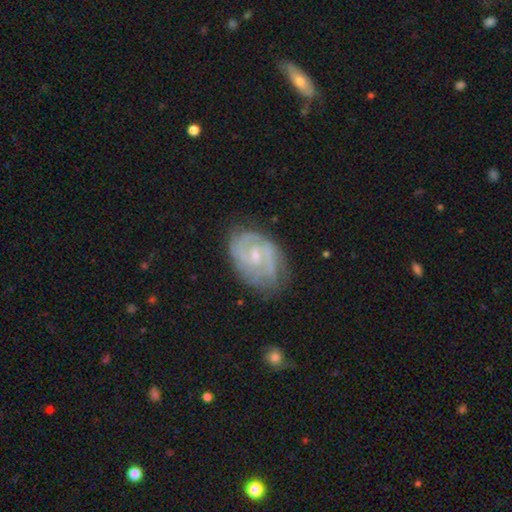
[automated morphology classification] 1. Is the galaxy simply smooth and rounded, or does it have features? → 82% featured or disk, 12% smooth, 6% star or artifact.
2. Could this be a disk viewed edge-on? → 97% no, 3% yes.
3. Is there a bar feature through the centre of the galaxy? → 52% no, 41% weak, 7% strong.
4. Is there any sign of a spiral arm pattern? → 94% yes, 6% no.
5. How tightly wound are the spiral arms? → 54% tight, 37% medium, 9% loose.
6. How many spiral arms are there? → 49% 2, 23% can't tell, 16% 3, 4% 4, 4% 1, 3% more than 4.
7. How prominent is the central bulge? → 65% small, 30% moderate, 3% none, 1% large, 1% dominant.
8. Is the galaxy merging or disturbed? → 69% none, 22% minor disturbance, 7% major disturbance, 2% merger.